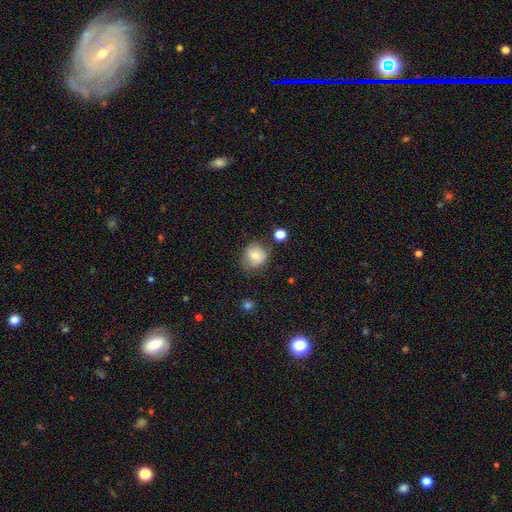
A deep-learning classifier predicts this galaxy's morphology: This appears to be a smooth galaxy with no disk features (71%) that is round (81%). Merging: none (64%).